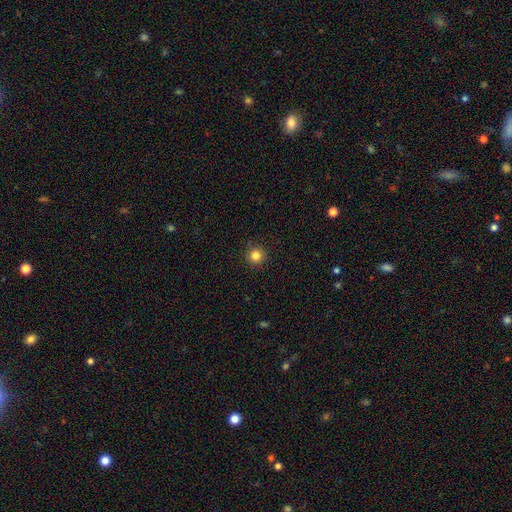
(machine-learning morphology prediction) Q: Smooth or featured?
A: smooth (83%); runner-up: star or artifact (12%)
Q: How rounded?
A: round (96%); runner-up: in between (3%)
Q: Merging?
A: none (92%); runner-up: minor disturbance (5%)